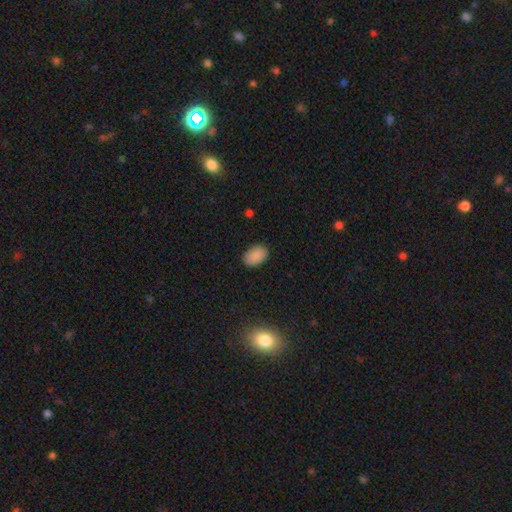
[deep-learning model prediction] Smooth or featured?
  - smooth: 88% *
  - star or artifact: 9%
  - featured or disk: 3%
How rounded?
  - in between: 88% *
  - round: 11%
  - cigar-shaped: 1%
Merging?
  - none: 87% *
  - minor disturbance: 10%
  - major disturbance: 2%
  - merger: 1%